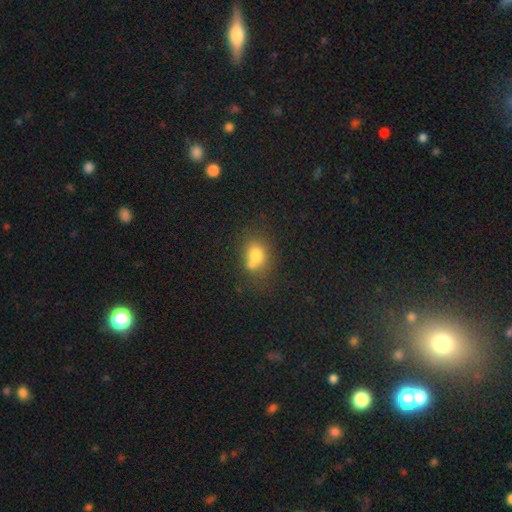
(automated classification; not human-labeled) Morphology: type=smooth (73%); roundness=round (53%); merging=none (42%).